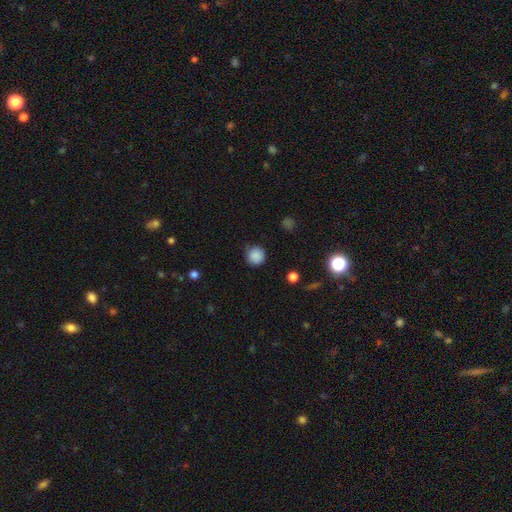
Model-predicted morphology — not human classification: This appears to be a smooth galaxy with no disk features (86%) that is round (94%). Merging: none (82%).